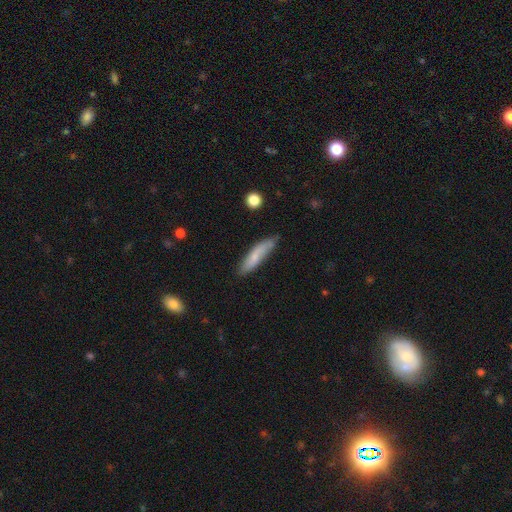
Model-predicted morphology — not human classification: type=smooth (71%); roundness=cigar-shaped (75%); merging=none (71%).